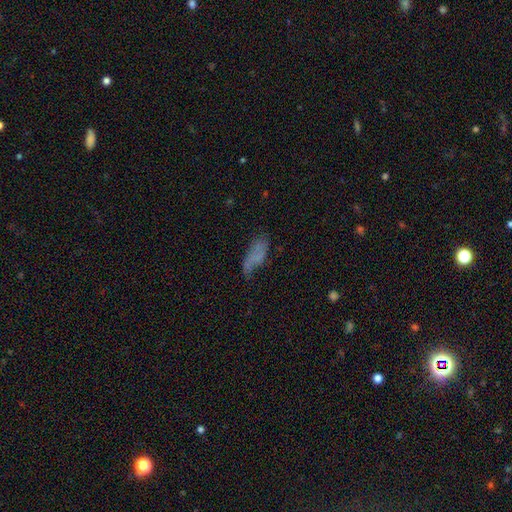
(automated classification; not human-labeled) smooth 55%, featured or disk 32%, star or artifact 13%. Down the decision tree: how rounded — in between (74%); merging — none (42%).